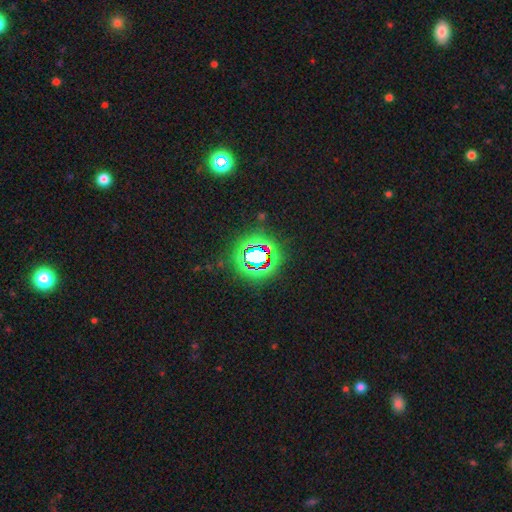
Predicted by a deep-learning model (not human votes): Q: Smooth or featured?
A: star or artifact (71%); runner-up: smooth (18%)